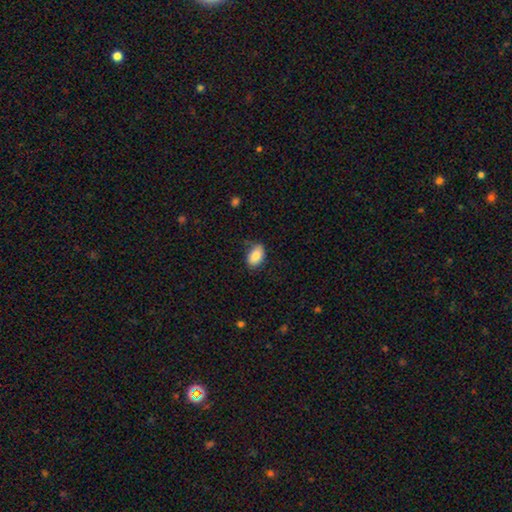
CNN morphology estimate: The model was most divided on "merging": none: 76%, minor disturbance: 19%, major disturbance: 4%, merger: 2%. More confident: how rounded — in between (90%); smooth or featured — smooth (84%).